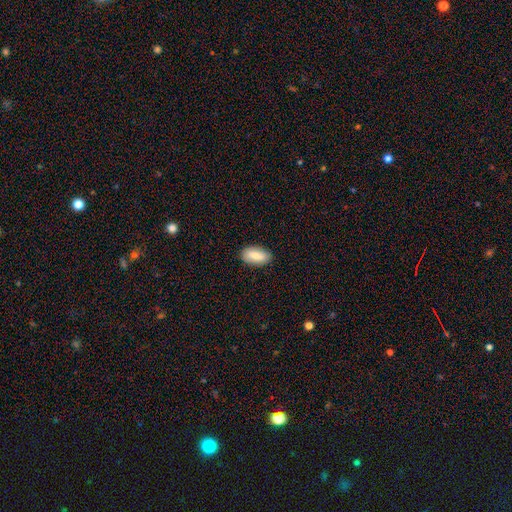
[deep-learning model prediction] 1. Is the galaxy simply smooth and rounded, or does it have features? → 82% smooth, 11% featured or disk, 6% star or artifact.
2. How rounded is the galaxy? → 92% in between, 5% cigar-shaped, 3% round.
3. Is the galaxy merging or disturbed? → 87% none, 10% minor disturbance, 2% major disturbance, 1% merger.